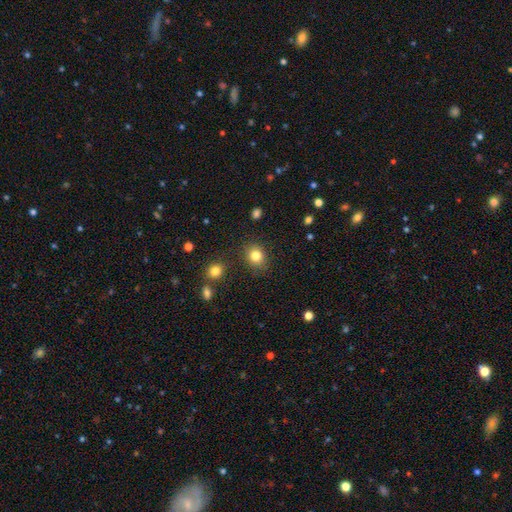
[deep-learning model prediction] Q: Smooth or featured?
A: smooth (83%); runner-up: star or artifact (11%)
Q: How rounded?
A: round (68%); runner-up: in between (31%)
Q: Merging?
A: none (85%); runner-up: minor disturbance (9%)